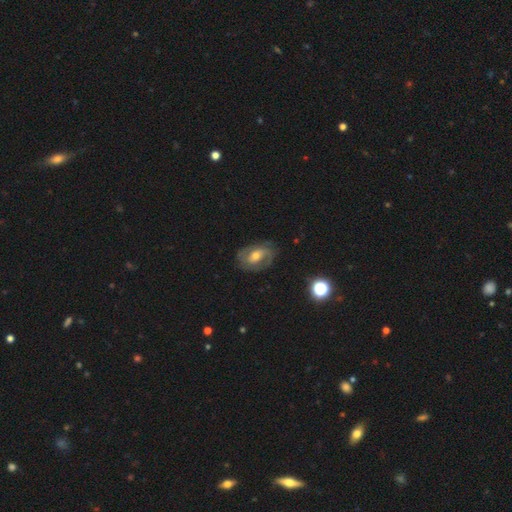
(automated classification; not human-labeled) smooth_or_featured: featured or disk (p=0.75) [alt: smooth p=0.18]
disk_edge_on: no (p=0.96) [alt: yes p=0.04]
bar: weak (p=0.45) [alt: no p=0.37]
has_spiral_arms: yes (p=0.89) [alt: no p=0.11]
spiral_winding: medium (p=0.45) [alt: tight p=0.35]
spiral_arm_count: 2 (p=0.71) [alt: can't tell p=0.15]
bulge_size: moderate (p=0.65) [alt: small p=0.27]
merging: none (p=0.74) [alt: minor disturbance p=0.17]